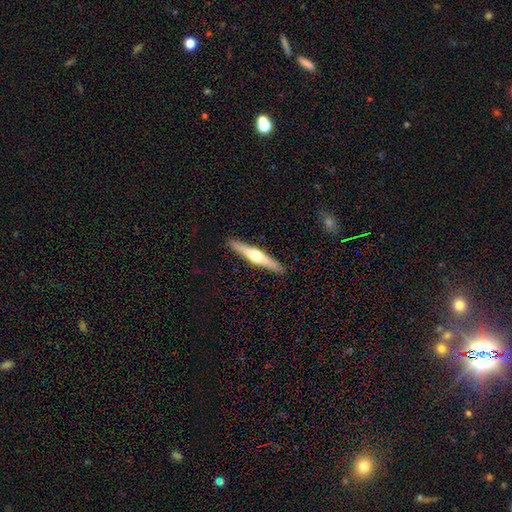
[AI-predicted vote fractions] Smooth or featured? Predicted: featured or disk (p=0.61). Edge-on disk? Predicted: yes (p=0.96). Edge-on bulge? Predicted: rounded (p=0.91). Merging? Predicted: none (p=0.91).